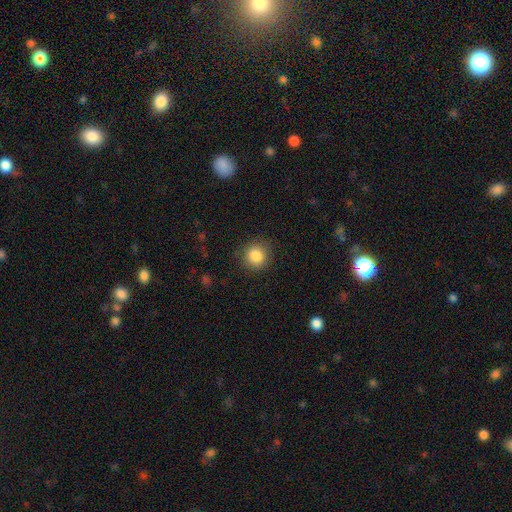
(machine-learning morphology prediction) This appears to be a smooth galaxy with no disk features (85%) that is round (90%). Merging: none (87%).